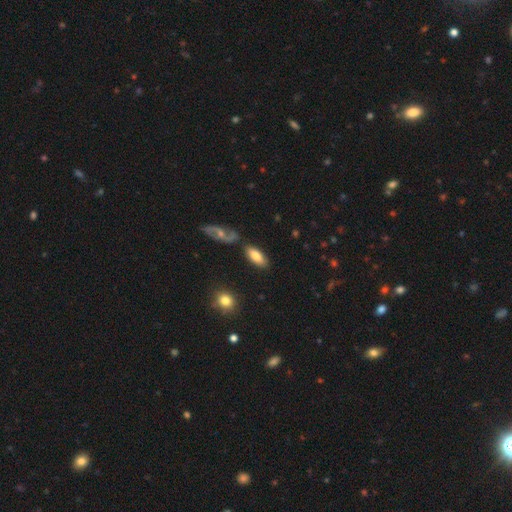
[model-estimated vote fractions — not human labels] Smooth or featured? Predicted: smooth (p=0.75). How rounded? Predicted: in between (p=0.84). Merging? Predicted: none (p=0.78).